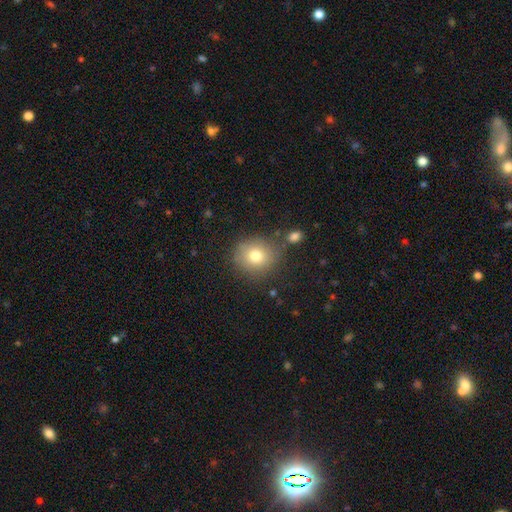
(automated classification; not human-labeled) Q: Smooth or featured?
A: smooth (77%); runner-up: star or artifact (12%)
Q: How rounded?
A: round (83%); runner-up: in between (16%)
Q: Merging?
A: none (77%); runner-up: minor disturbance (12%)